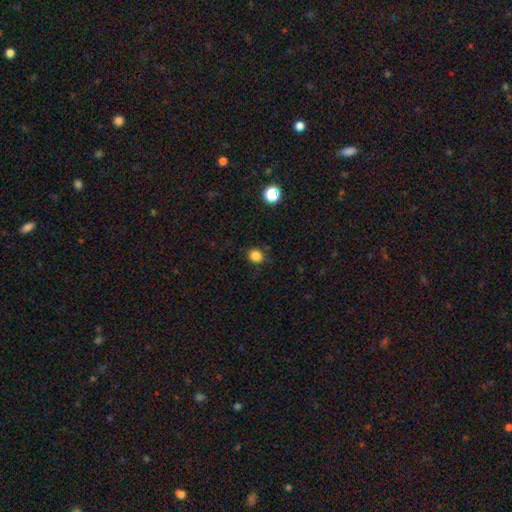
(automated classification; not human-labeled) Smooth or featured: smooth — 84% (star or artifact — 12%)
How rounded: round — 84% (in between — 15%)
Merging: none — 84% (minor disturbance — 12%)